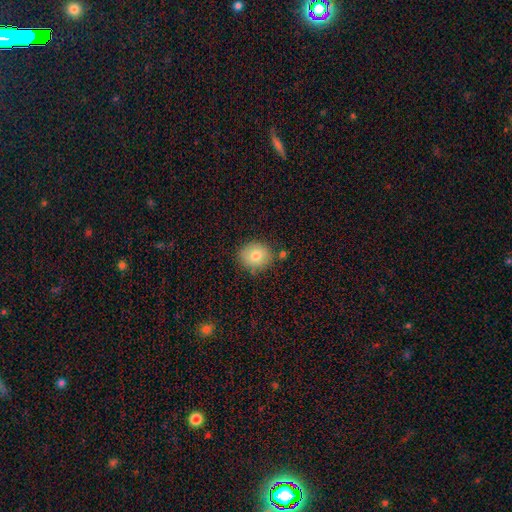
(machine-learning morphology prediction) Smooth or featured?
  - smooth: 79% *
  - featured or disk: 11%
  - star or artifact: 9%
How rounded?
  - round: 76% *
  - in between: 23%
  - cigar-shaped: 1%
Merging?
  - none: 79% *
  - minor disturbance: 13%
  - merger: 5%
  - major disturbance: 3%